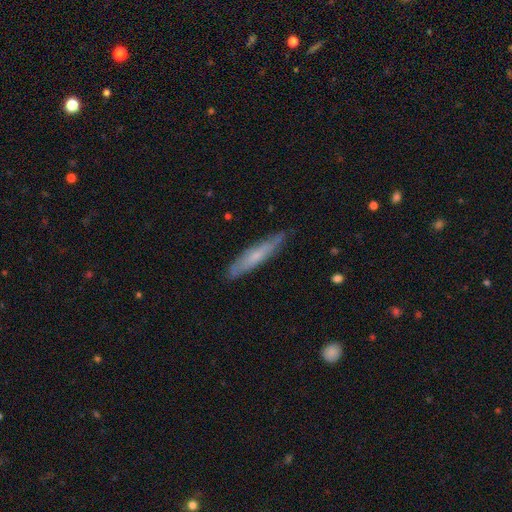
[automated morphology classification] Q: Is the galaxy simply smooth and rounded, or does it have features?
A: smooth — 49%.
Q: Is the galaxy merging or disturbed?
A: none — 83%.